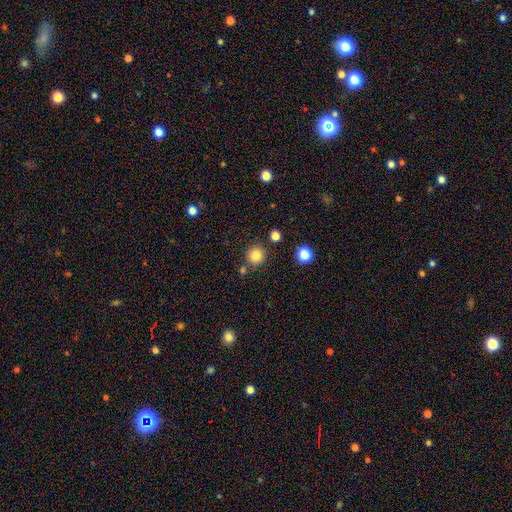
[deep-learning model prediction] smooth-or-featured: smooth: 83% | star or artifact: 12% | featured or disk: 5%
  how-rounded: round: 92% | in between: 7% | cigar-shaped: 1%
  merging: none: 82% | minor disturbance: 8% | merger: 7% | major disturbance: 3%